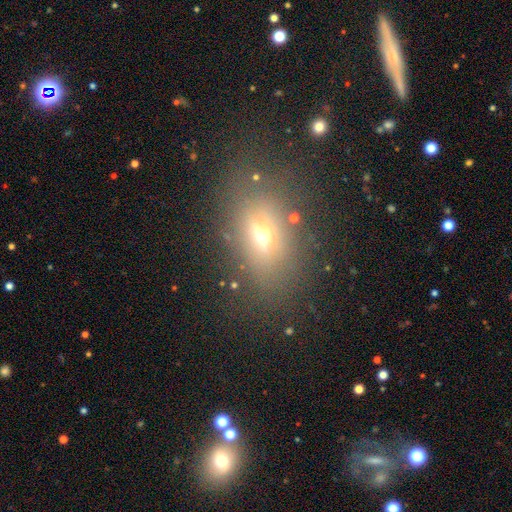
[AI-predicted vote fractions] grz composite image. It shows a smooth galaxy with no disk features (57%) that is in between round and cigar-shaped (69%). Merging: none (81%).